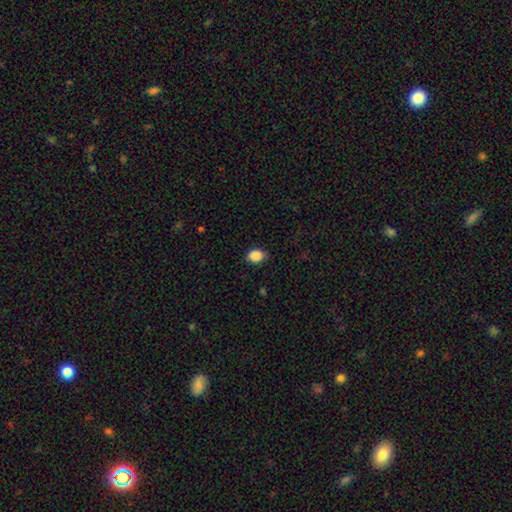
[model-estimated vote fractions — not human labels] A smooth galaxy with no disk features (88%) that is in between round and cigar-shaped (59%).

Vote fractions:
- Smooth or featured? smooth: 88% / star or artifact: 8% / featured or disk: 3%
- How rounded? in between: 59% / round: 40% / cigar-shaped: 1%
- Merging? none: 78% / minor disturbance: 17% / major disturbance: 3% / merger: 1%